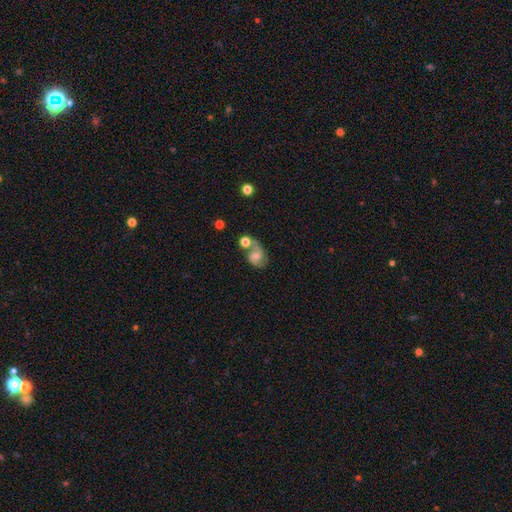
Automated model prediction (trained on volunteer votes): Morphology: type=featured or disk (58%); edge-on=no (97%); bar=no (57%); spiral arms=yes (88%); bulge=moderate (35%); merging=none (43%).